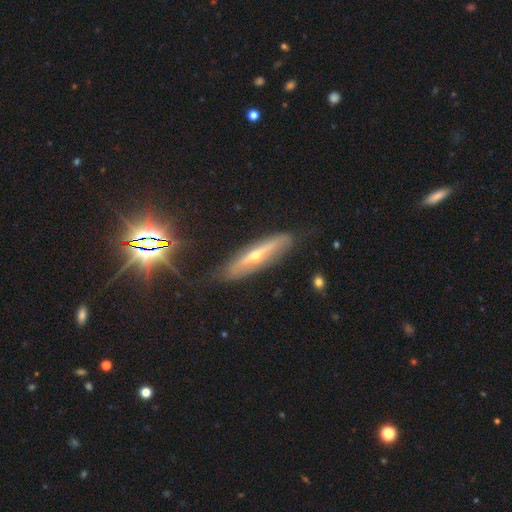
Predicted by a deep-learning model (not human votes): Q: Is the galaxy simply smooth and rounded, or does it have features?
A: featured or disk — 61%.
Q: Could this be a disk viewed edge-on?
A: yes — 69%.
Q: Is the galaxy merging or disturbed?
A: none — 78%.